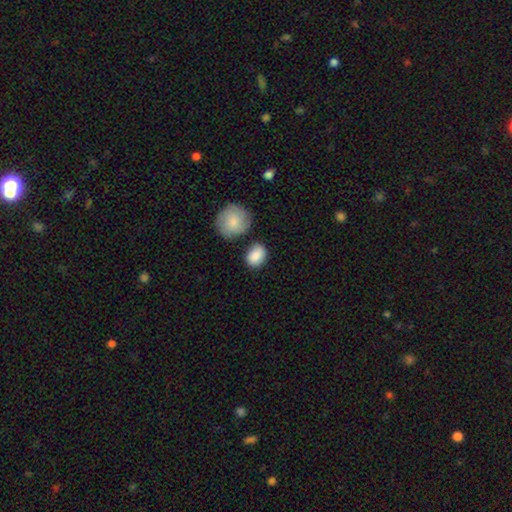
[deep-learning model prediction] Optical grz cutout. It shows a smooth galaxy with no disk features (87%) that is in between round and cigar-shaped (56%). Merging: none (67%).